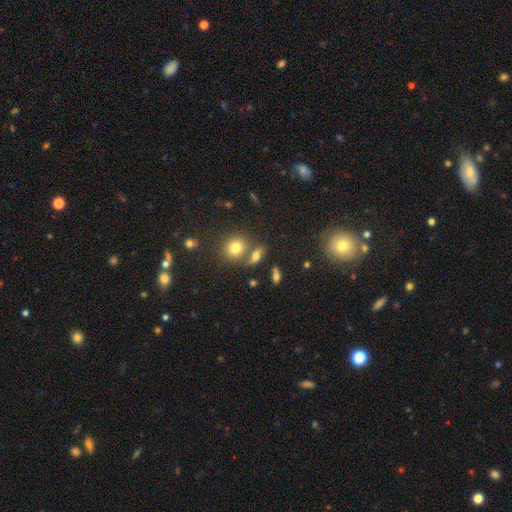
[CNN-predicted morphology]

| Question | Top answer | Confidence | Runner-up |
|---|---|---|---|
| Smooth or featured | smooth | 69% | featured or disk (15%) |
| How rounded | in between | 59% | round (31%) |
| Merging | none | 59% | merger (25%) |